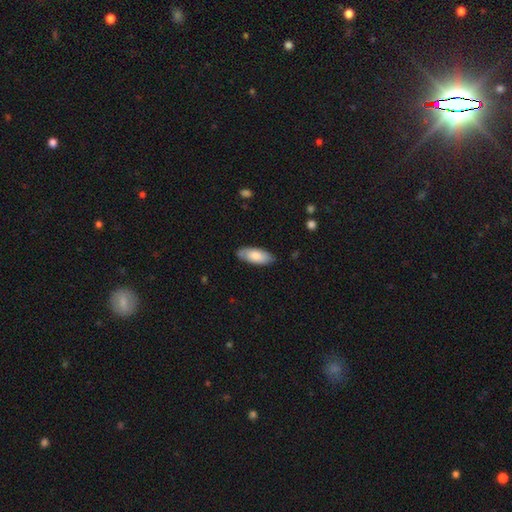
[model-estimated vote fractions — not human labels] smooth-or-featured: smooth: 77% | featured or disk: 17% | star or artifact: 6%
  how-rounded: in between: 85% | cigar-shaped: 13% | round: 2%
  merging: none: 80% | minor disturbance: 16% | major disturbance: 3% | merger: 1%